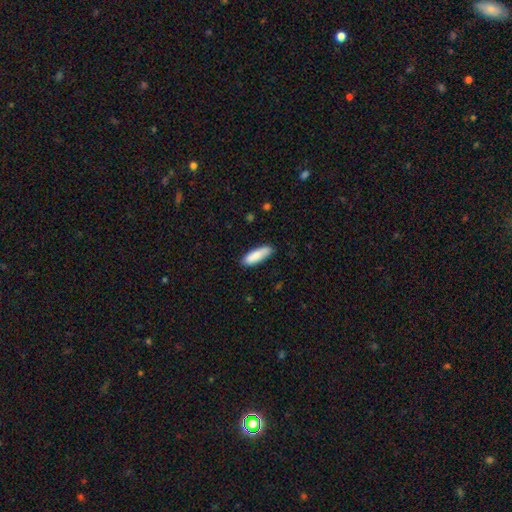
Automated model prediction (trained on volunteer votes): This is clearly a smooth galaxy (86%). How rounded: possibly cigar-shaped (52%). Merging: clearly none (83%).